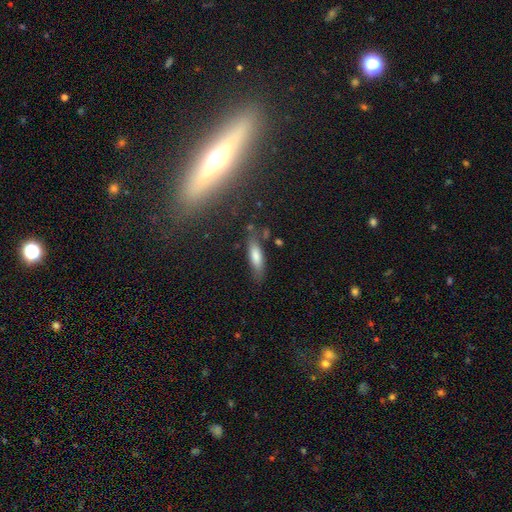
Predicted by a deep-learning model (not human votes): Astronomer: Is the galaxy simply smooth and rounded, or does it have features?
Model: smooth — 68%.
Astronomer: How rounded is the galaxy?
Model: cigar-shaped — 61% (runner-up: in between, 37%).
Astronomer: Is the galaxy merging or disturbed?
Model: none — 74%.